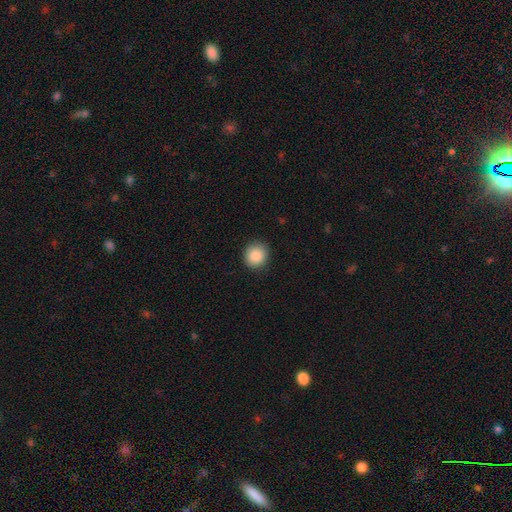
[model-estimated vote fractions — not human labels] Smooth or featured? Predicted: smooth (p=0.89). How rounded? Predicted: round (p=0.88). Merging? Predicted: none (p=0.89).